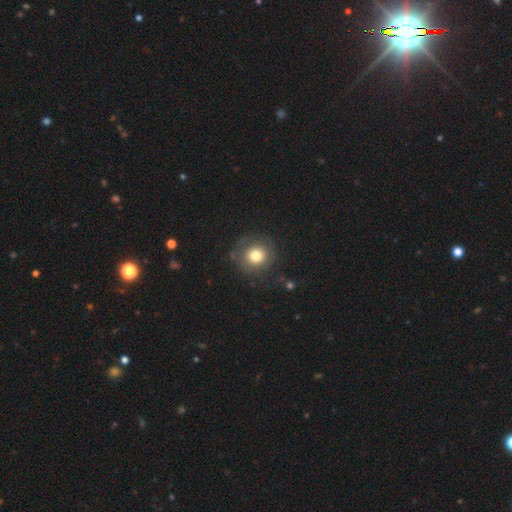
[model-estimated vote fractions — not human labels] Smooth or featured: smooth — 71% (featured or disk — 20%)
How rounded: round — 92% (in between — 7%)
Merging: none — 75% (minor disturbance — 14%)